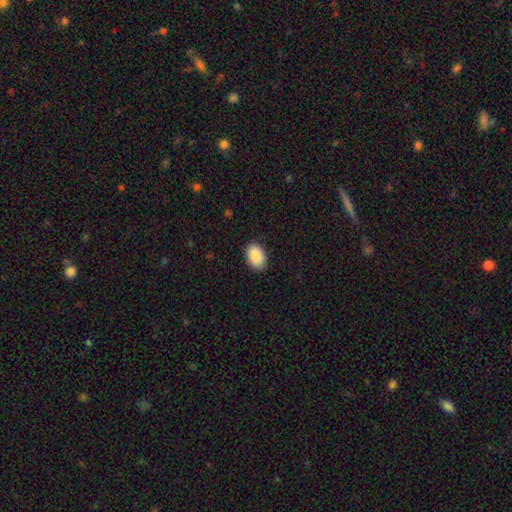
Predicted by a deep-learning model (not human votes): The model was most divided on "how rounded": in between: 89%, round: 10%, cigar-shaped: 1%. More confident: smooth or featured — smooth (91%); merging — none (89%).